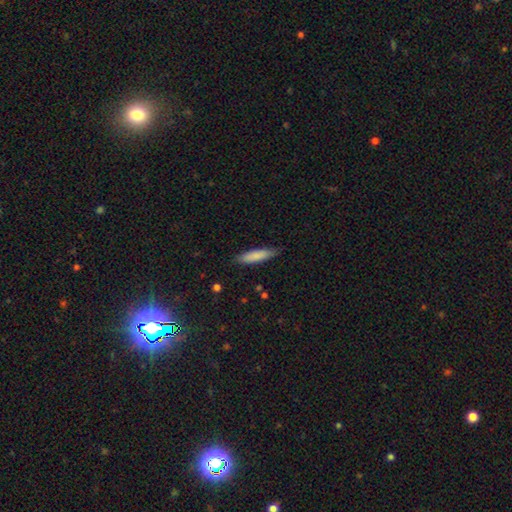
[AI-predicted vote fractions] Morphology: type=smooth (82%); roundness=cigar-shaped (70%); merging=none (78%).